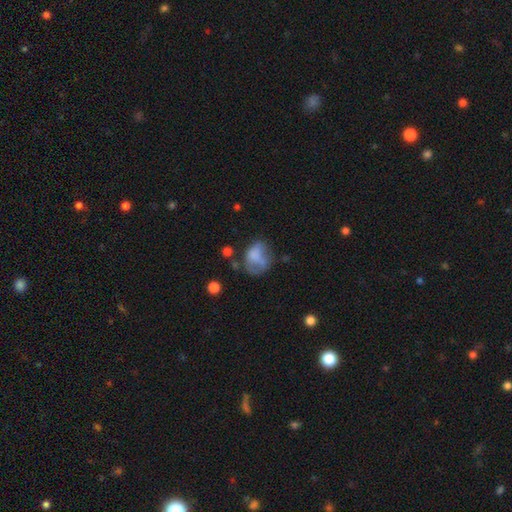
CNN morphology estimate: Smooth or featured? Predicted: smooth (p=0.62). How rounded? Predicted: in between (p=0.57). Merging? Predicted: none (p=0.32).